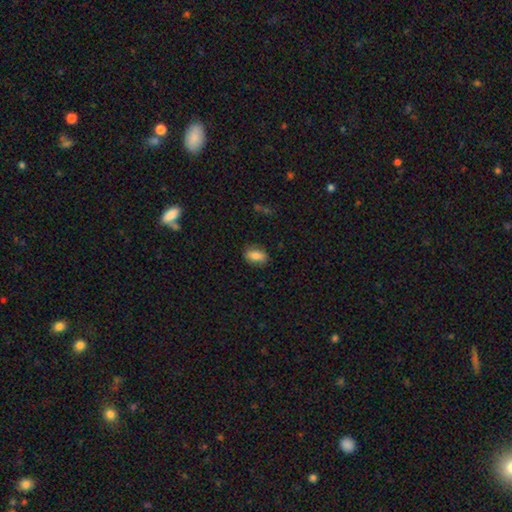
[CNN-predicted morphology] Smooth or featured?
  - smooth: 79% *
  - featured or disk: 13%
  - star or artifact: 8%
How rounded?
  - in between: 85% *
  - round: 11%
  - cigar-shaped: 4%
Merging?
  - none: 83% *
  - minor disturbance: 13%
  - major disturbance: 3%
  - merger: 1%